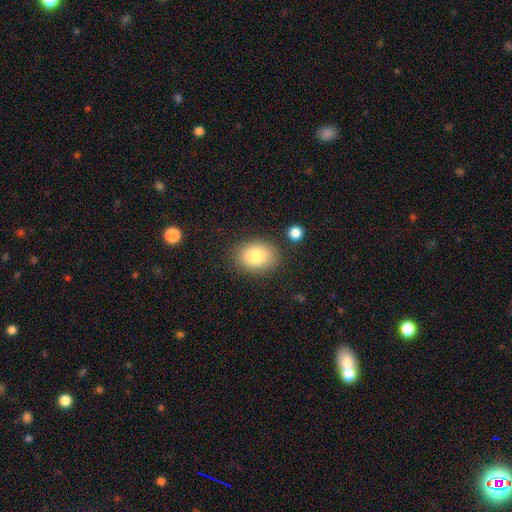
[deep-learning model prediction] Overall: smooth (82%). How rounded: in between (67%; round 32%). Merging: none (83%).